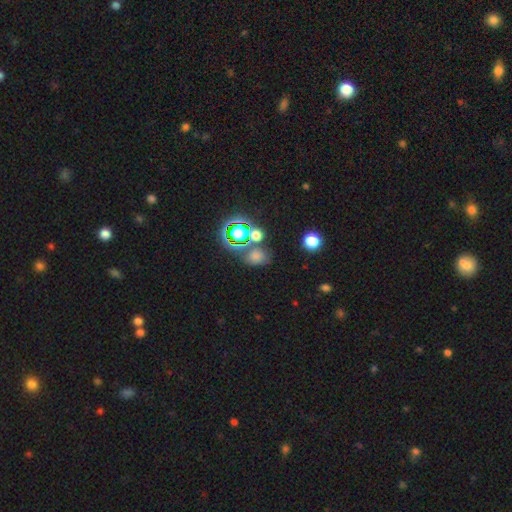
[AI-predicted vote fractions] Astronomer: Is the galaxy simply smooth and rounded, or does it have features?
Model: smooth — 60%.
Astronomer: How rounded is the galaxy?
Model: round — 50% (runner-up: in between, 49%).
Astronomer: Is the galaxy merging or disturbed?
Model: none — 62%.